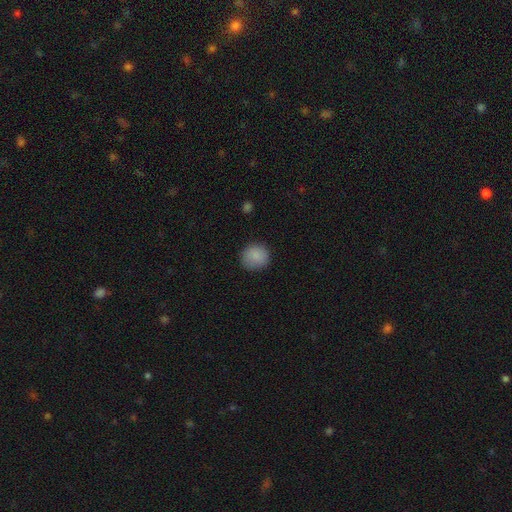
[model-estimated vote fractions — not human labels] Smooth or featured? Predicted: smooth (p=0.87). How rounded? Predicted: round (p=0.88). Merging? Predicted: none (p=0.86).